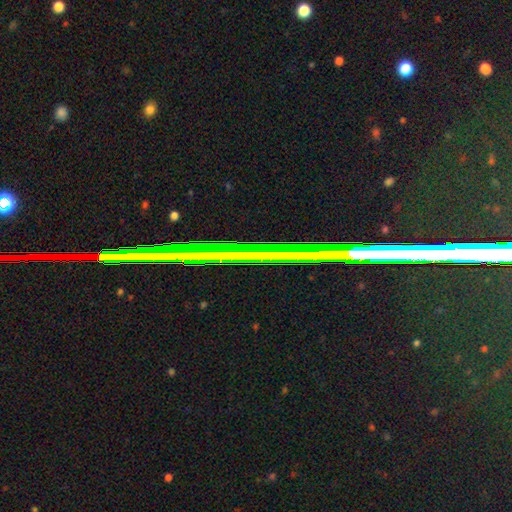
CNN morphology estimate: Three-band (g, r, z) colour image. It shows a star or artifact, not a galaxy (74%).